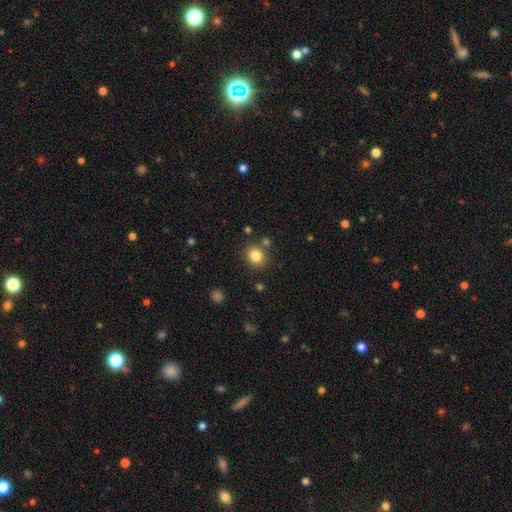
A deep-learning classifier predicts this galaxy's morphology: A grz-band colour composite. It shows a smooth galaxy with no disk features (83%) that is round (72%). Merging: none (80%).